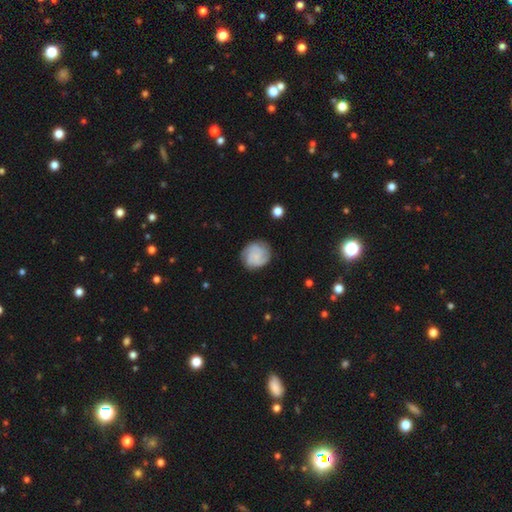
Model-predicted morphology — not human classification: Overall: featured or disk (64%; smooth 29%). Edge-on disk: no (98%). Bar: no (70%). Spiral arms: yes (94%). Spiral arm count: 3 (37%; 2 23%). Spiral winding: tight (59%; medium 33%). Bulge size: small (47%; none 39%). Merging: none (77%).